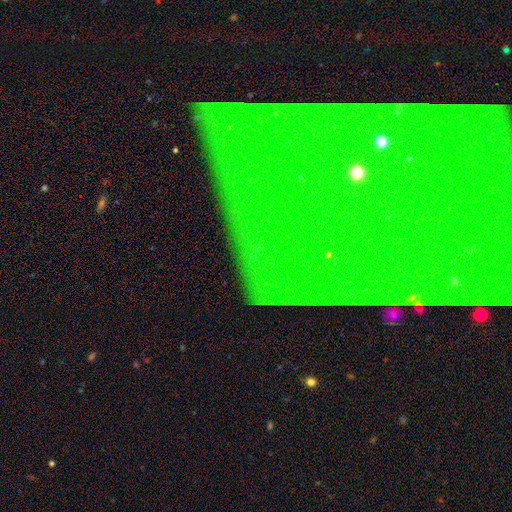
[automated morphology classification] A star or artifact, not a galaxy (79%).